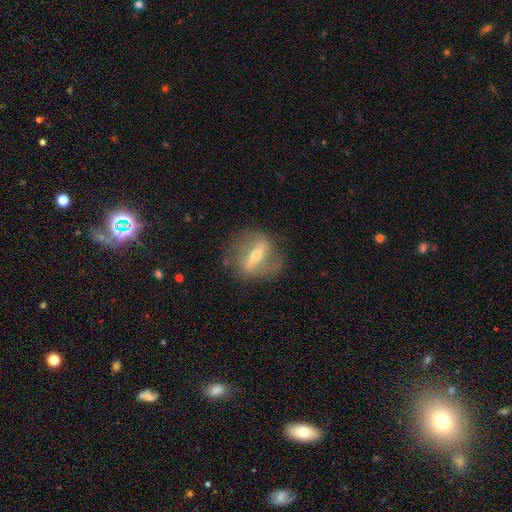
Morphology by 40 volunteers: Smooth or featured?
  - featured or disk: 82% *
  - star or artifact: 10%
  - smooth: 8%
Edge-on disk?
  - no: 64% *
  - yes: 36%
Bar?
  - strong: 67% *
  - weak: 33%
  - no: 0%
Spiral arms?
  - yes: 76% *
  - no: 24%
Spiral winding?
  - medium: 81% *
  - loose: 12%
  - tight: 6%
Spiral arm count?
  - 2: 75% *
  - can't tell: 25%
  - 1: 0%
  - 3: 0%
  - 4: 0%
  - more than 4: 0%
Bulge size?
  - moderate: 48% *
  - small: 43%
  - none: 10%
  - dominant: 0%
  - large: 0%
Merging?
  - none: 81% *
  - minor disturbance: 14%
  - major disturbance: 6%
  - merger: 0%